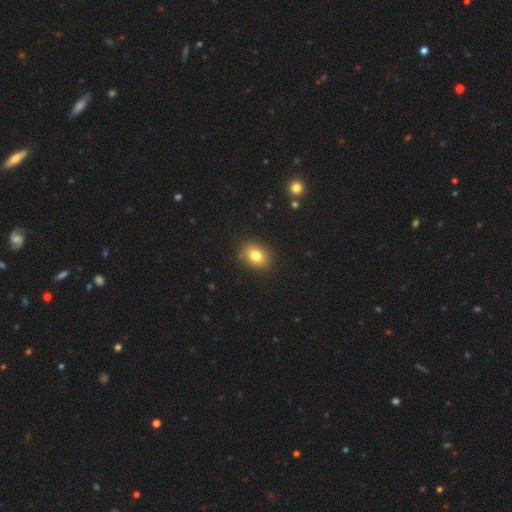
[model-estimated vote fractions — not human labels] Q: Smooth or featured?
A: smooth (80%); runner-up: star or artifact (11%)
Q: How rounded?
A: in between (61%); runner-up: round (38%)
Q: Merging?
A: none (85%); runner-up: minor disturbance (11%)